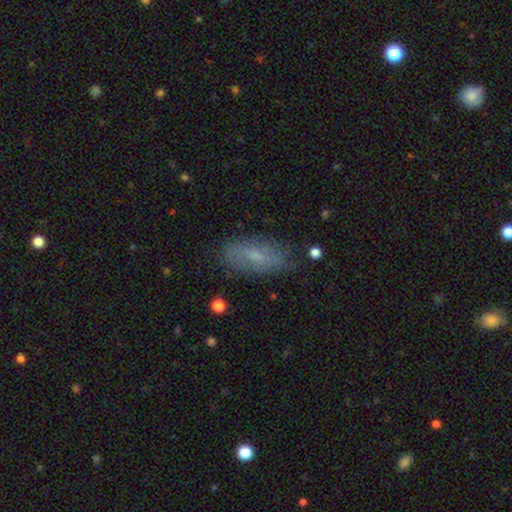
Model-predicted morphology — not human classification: type=smooth (58%); roundness=in between (73%); merging=none (78%).